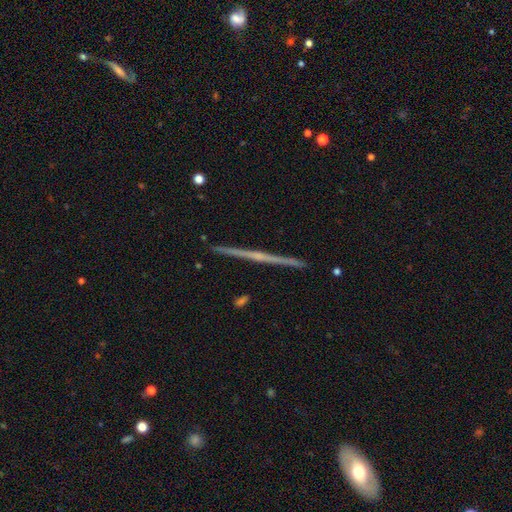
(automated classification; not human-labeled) Morphology: type=featured or disk (79%); edge-on=yes (99%); edge-on bulge=none (47%); merging=none (92%).